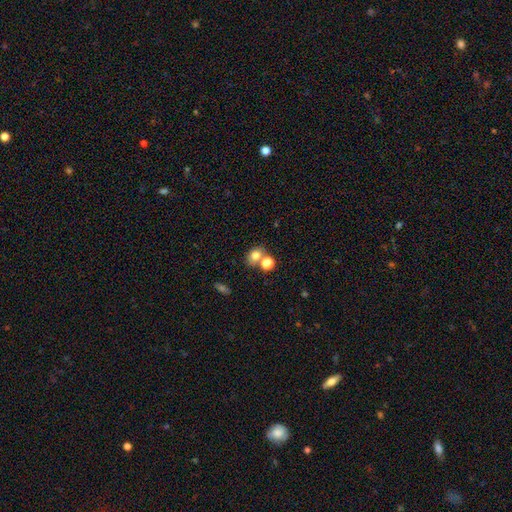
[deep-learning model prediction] Morphology: type=smooth (75%); roundness=round (57%); merging=none (51%).